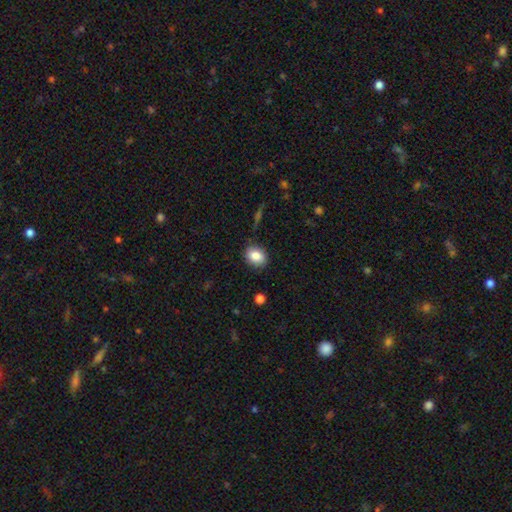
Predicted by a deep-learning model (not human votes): smooth 85%, star or artifact 8%, featured or disk 7%. Down the decision tree: how rounded — in between (56%); merging — none (85%).